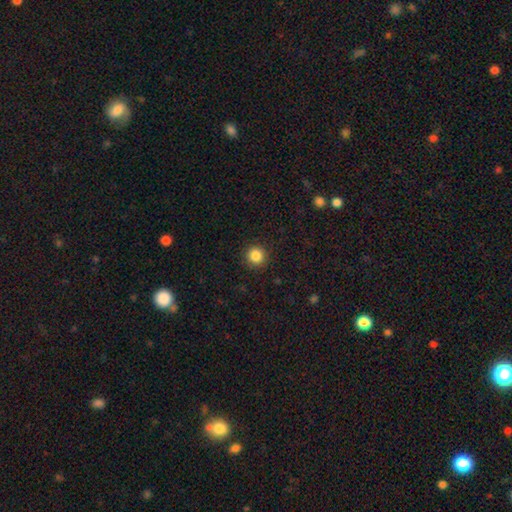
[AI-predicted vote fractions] A smooth galaxy with no disk features (86%) that is round (95%). Merging: none (92%).